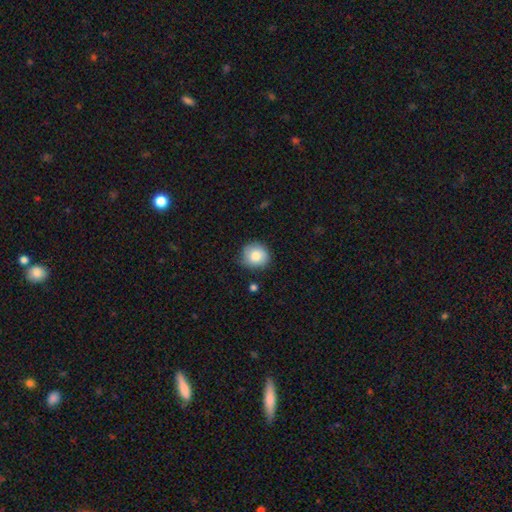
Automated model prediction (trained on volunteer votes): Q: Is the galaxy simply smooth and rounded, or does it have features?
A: smooth — 82%.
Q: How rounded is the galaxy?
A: round — 88%.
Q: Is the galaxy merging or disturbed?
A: none — 80%.